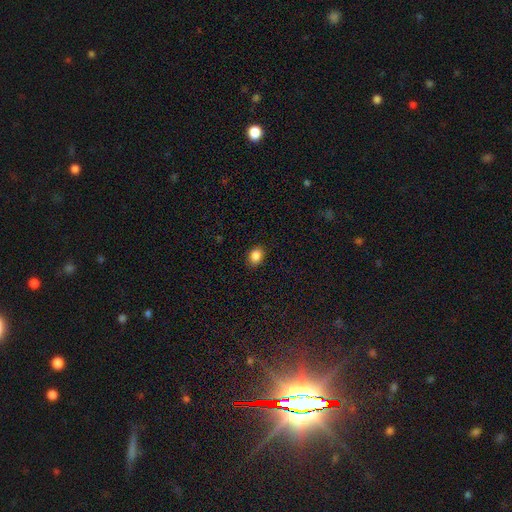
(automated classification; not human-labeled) This appears to be a smooth galaxy with no disk features (87%) that is in between round and cigar-shaped (66%). Merging: none (89%).